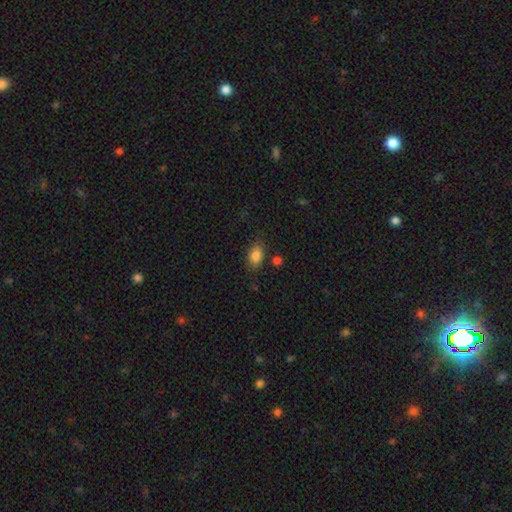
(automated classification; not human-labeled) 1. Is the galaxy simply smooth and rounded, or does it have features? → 85% smooth, 9% star or artifact, 6% featured or disk.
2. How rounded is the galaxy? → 83% in between, 15% round, 2% cigar-shaped.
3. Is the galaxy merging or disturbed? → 76% none, 15% minor disturbance, 4% major disturbance, 4% merger.